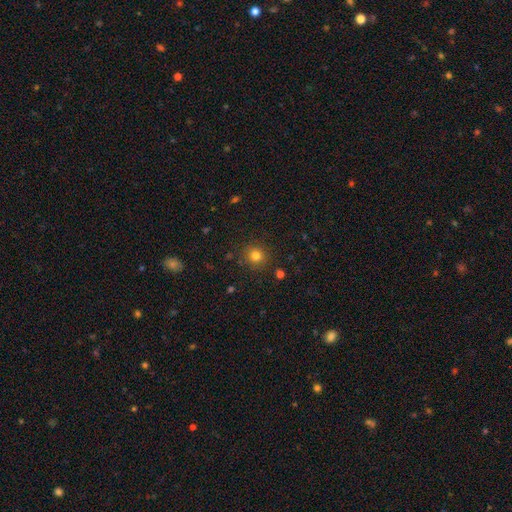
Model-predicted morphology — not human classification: smooth-or-featured: smooth: 79% | star or artifact: 14% | featured or disk: 6%
  how-rounded: round: 88% | in between: 11% | cigar-shaped: 1%
  merging: none: 88% | minor disturbance: 7% | major disturbance: 3% | merger: 2%